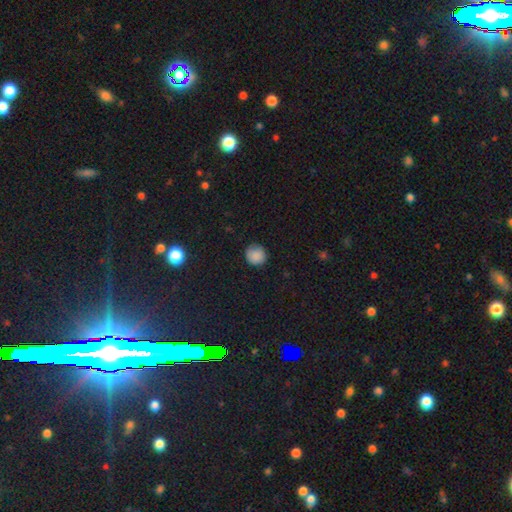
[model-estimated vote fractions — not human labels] smooth 86%, star or artifact 10%, featured or disk 4%. Down the decision tree: how rounded — round (91%); merging — none (84%).